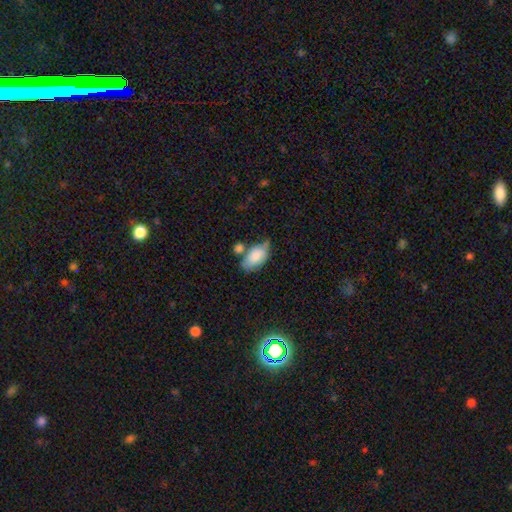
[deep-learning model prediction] A smooth galaxy with no disk features (80%) that is in between round and cigar-shaped (93%). Merging: none (43%).